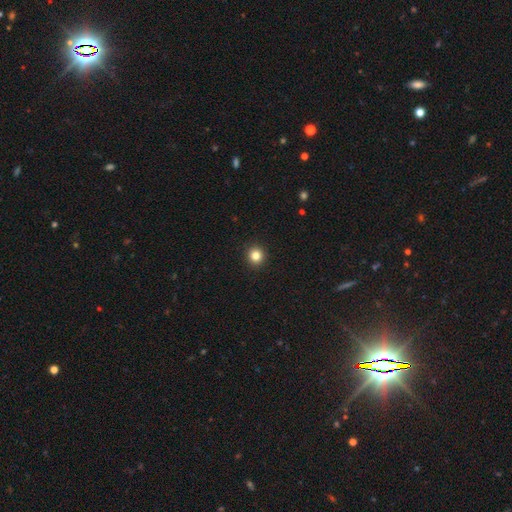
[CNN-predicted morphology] This appears to be a smooth galaxy with no disk features (83%) that is round (94%). Merging: none (93%).